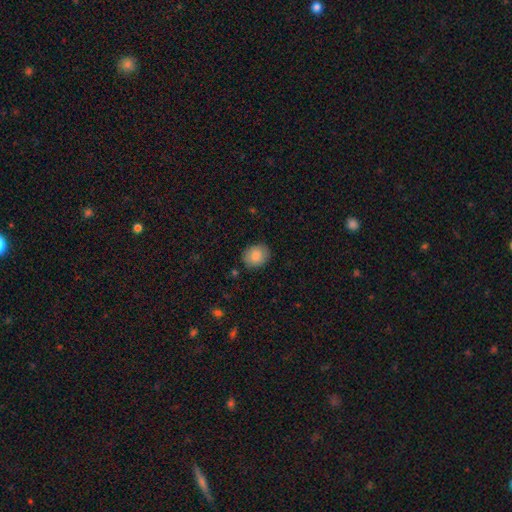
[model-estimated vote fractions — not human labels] smooth 87%, star or artifact 7%, featured or disk 6%. Down the decision tree: how rounded — round (63%); merging — none (86%).